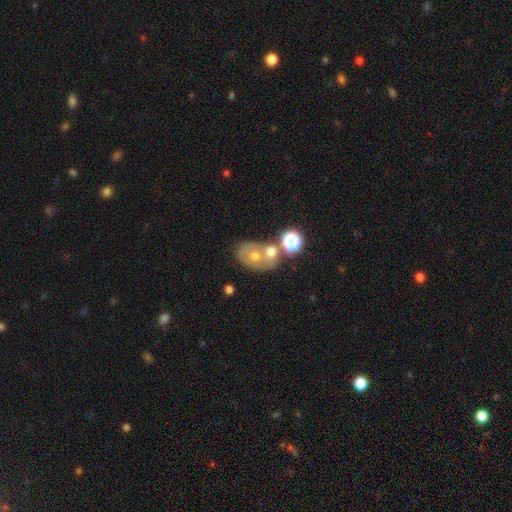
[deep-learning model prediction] This is marginally a smooth galaxy (41%). Merging: possibly none (49%).